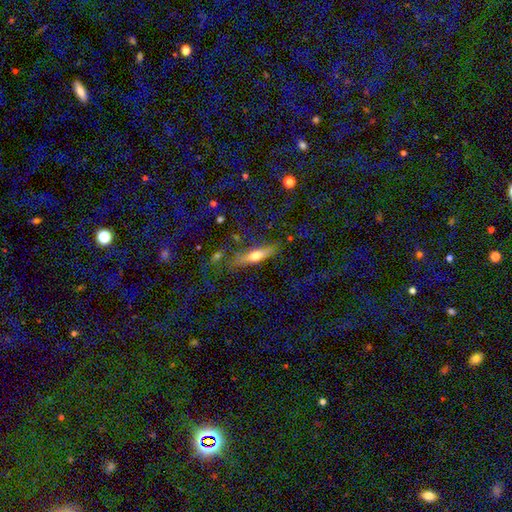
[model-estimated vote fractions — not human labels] Smooth or featured? smooth (49%)
Merging? none (70%)